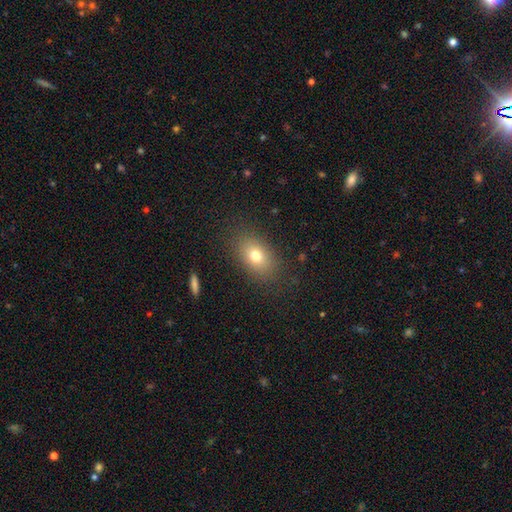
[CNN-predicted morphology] Smooth or featured? smooth (75%)
How rounded? in between (81%)
Merging? none (84%)